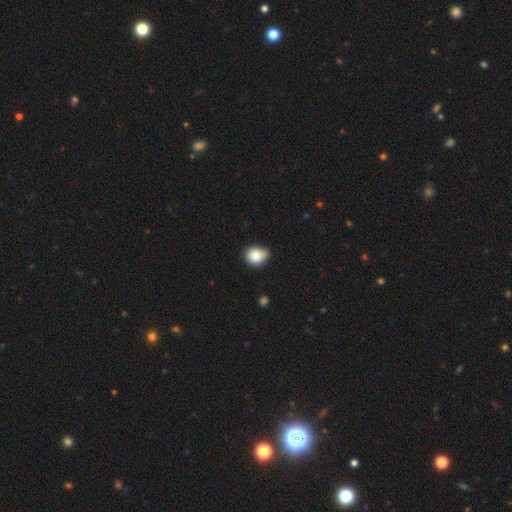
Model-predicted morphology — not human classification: Smooth or featured: smooth — 85% (star or artifact — 9%)
How rounded: round — 65% (in between — 34%)
Merging: none — 65% (minor disturbance — 29%)